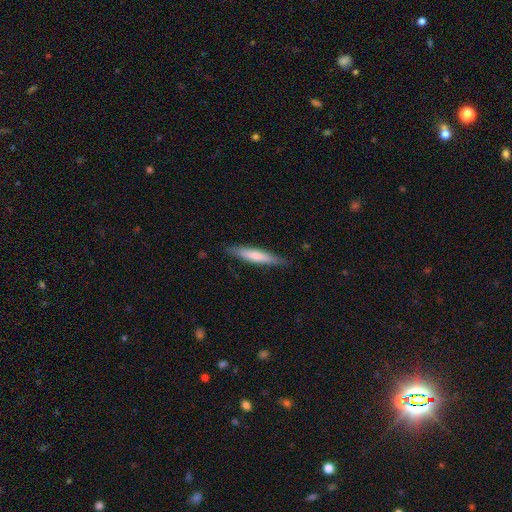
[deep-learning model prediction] The model was most divided on "smooth or featured": smooth: 66%, featured or disk: 29%, star or artifact: 5%. More confident: how rounded — cigar-shaped (89%); merging — none (85%).